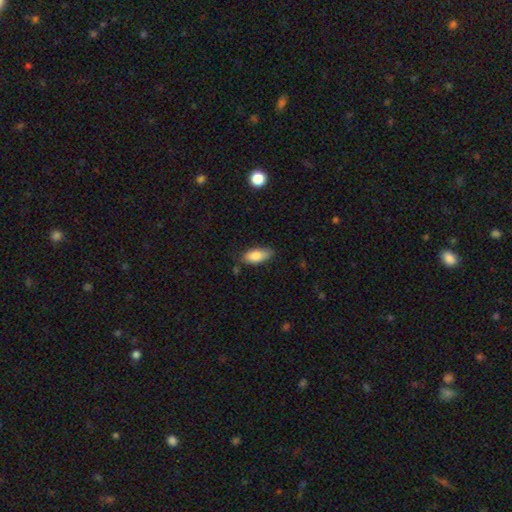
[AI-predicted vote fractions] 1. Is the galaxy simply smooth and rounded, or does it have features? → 83% smooth, 10% featured or disk, 7% star or artifact.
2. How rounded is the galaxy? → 86% in between, 11% cigar-shaped, 2% round.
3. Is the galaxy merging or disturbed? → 75% none, 19% minor disturbance, 3% major disturbance, 2% merger.